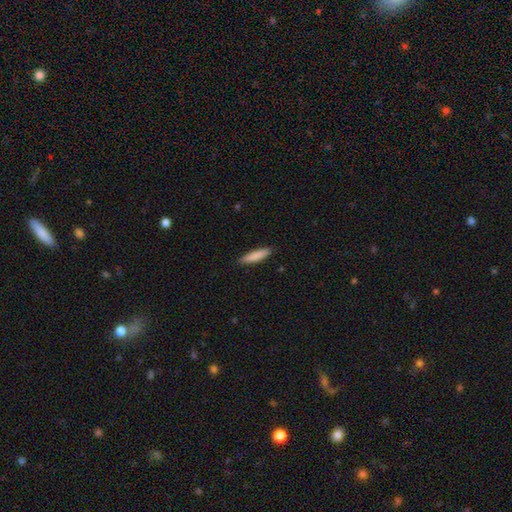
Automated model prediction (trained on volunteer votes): smooth_or_featured: smooth (p=0.84) [alt: featured or disk p=0.11]
how_rounded: cigar-shaped (p=0.83) [alt: in between p=0.15]
merging: none (p=0.89) [alt: minor disturbance p=0.08]